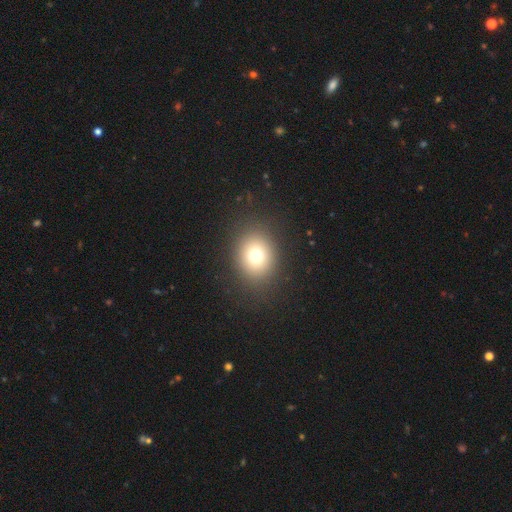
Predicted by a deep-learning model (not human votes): Q: Smooth or featured?
A: smooth (73%); runner-up: star or artifact (16%)
Q: How rounded?
A: round (62%); runner-up: in between (38%)
Q: Merging?
A: none (88%); runner-up: minor disturbance (7%)